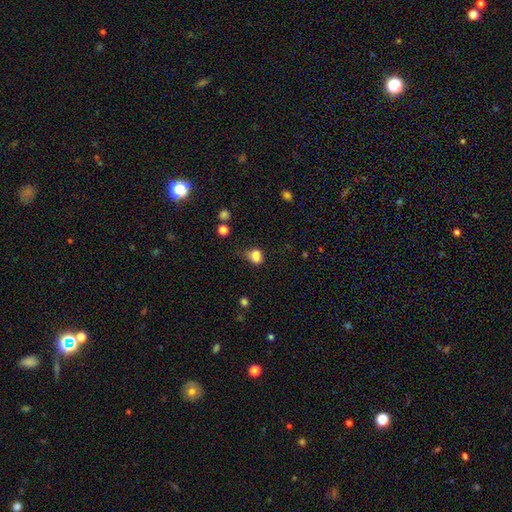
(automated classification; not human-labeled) A smooth galaxy with no disk features (78%) that is round (51%). Merging: none (39%).